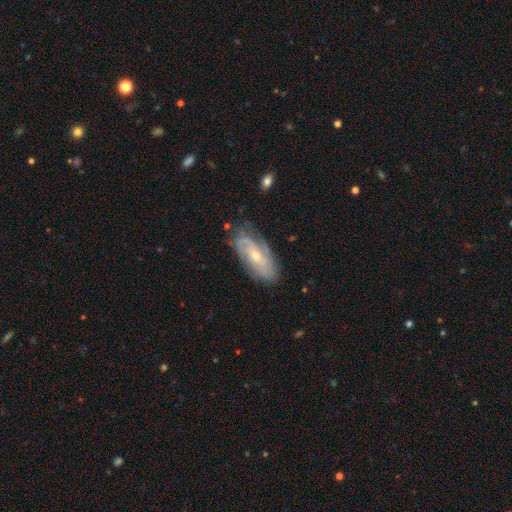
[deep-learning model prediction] featured or disk 75%, smooth 18%, star or artifact 7%. Down the decision tree: edge-on disk — no (89%); bar — no (61%); spiral arms — yes (89%); spiral arm count — can't tell (39%); spiral winding — tight (51%); bulge size — small (58%); merging — none (71%).